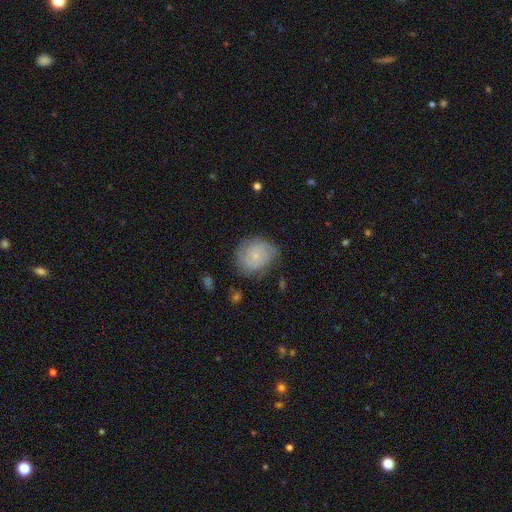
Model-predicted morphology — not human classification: A featured or disk galaxy (50%).

Vote fractions:
- Smooth or featured? featured or disk: 50% / smooth: 41% / star or artifact: 8%
- Edge-on disk? no: 98% / yes: 2%
- Merging? none: 69% / minor disturbance: 22% / major disturbance: 7% / merger: 2%